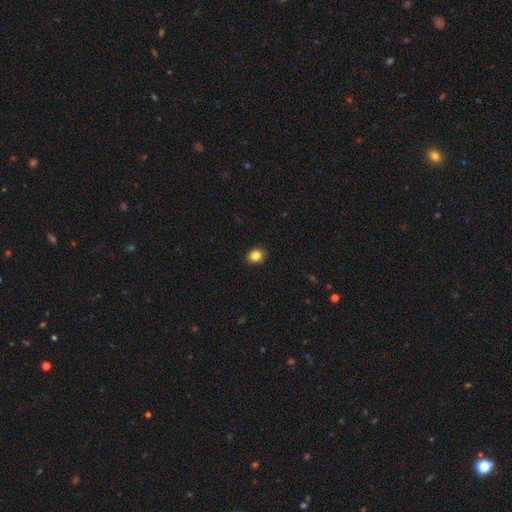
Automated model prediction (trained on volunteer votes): Smooth or featured?
  - smooth: 84% *
  - star or artifact: 10%
  - featured or disk: 5%
How rounded?
  - round: 63% *
  - in between: 36%
  - cigar-shaped: 1%
Merging?
  - none: 90% *
  - minor disturbance: 7%
  - major disturbance: 2%
  - merger: 1%